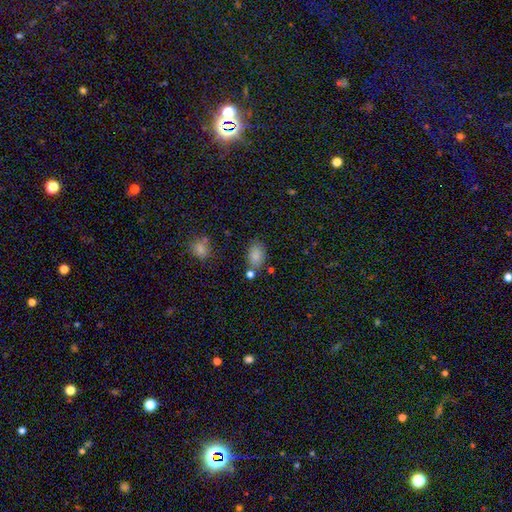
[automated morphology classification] This appears to be a smooth galaxy with no disk features (85%) that is in between round and cigar-shaped (88%). Merging: none (69%).